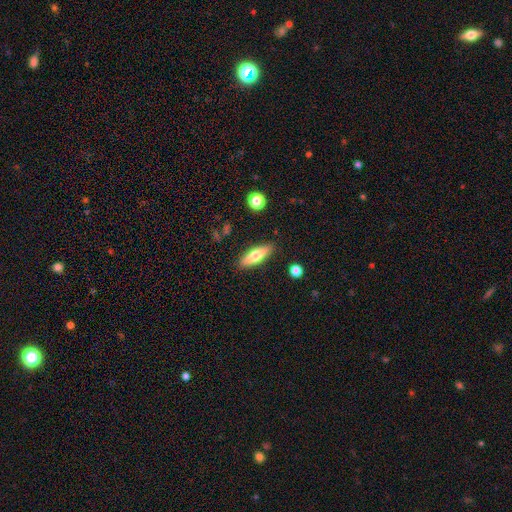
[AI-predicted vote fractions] smooth-or-featured: smooth: 66% | featured or disk: 28% | star or artifact: 6%
  how-rounded: cigar-shaped: 53% | in between: 45% | round: 2%
  merging: none: 87% | minor disturbance: 9% | major disturbance: 2% | merger: 2%